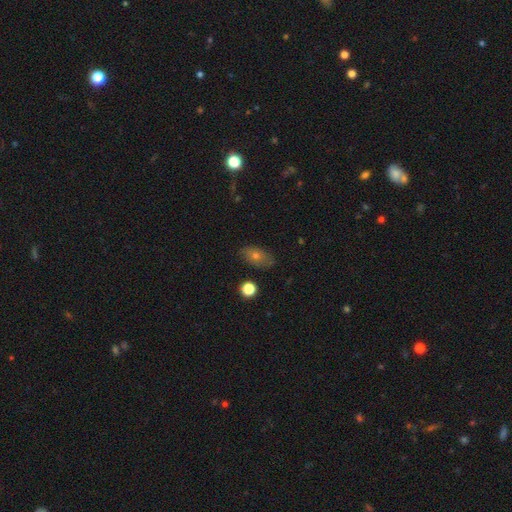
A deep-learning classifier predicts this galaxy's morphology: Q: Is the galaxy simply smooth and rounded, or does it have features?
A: smooth — 59%.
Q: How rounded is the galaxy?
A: in between — 84%.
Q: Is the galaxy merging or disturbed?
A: none — 80%.